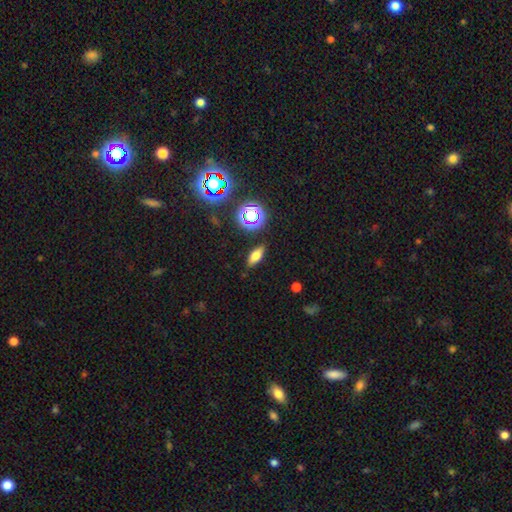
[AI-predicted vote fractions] A smooth galaxy with no disk features (68%) that is in between round and cigar-shaped (76%).

Vote fractions:
- Smooth or featured? smooth: 68% / star or artifact: 18% / featured or disk: 14%
- How rounded? in between: 76% / cigar-shaped: 18% / round: 6%
- Merging? none: 86% / minor disturbance: 10% / major disturbance: 3% / merger: 2%